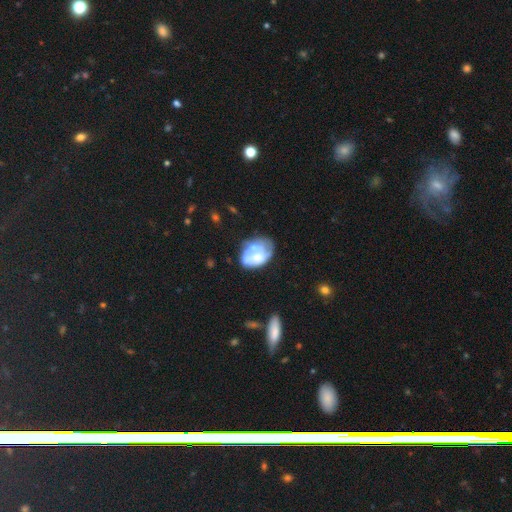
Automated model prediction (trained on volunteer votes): A featured or disk galaxy (50%). Merging: none (37%).